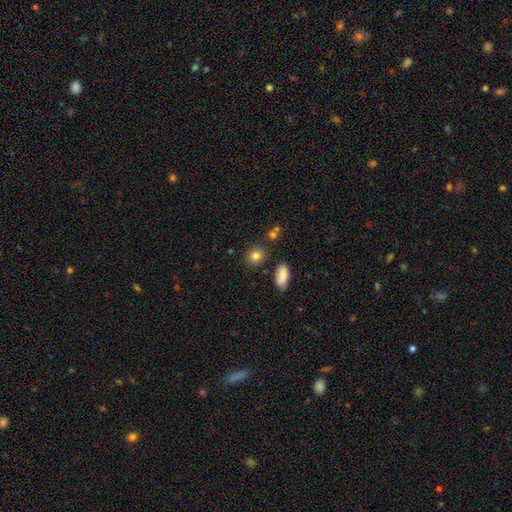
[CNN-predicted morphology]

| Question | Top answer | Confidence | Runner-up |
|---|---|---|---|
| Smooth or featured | smooth | 82% | star or artifact (11%) |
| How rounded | round | 73% | in between (25%) |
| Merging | none | 82% | minor disturbance (10%) |